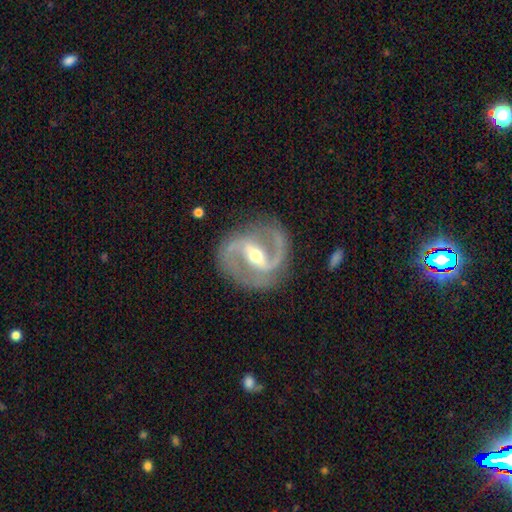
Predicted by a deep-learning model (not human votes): Overall: featured or disk (92%). Edge-on disk: no (97%). Bar: strong (57%; weak 33%). Spiral arms: yes (97%). Spiral arm count: 2 (93%). Spiral winding: medium (62%). Bulge size: moderate (63%; small 32%). Merging: none (85%).